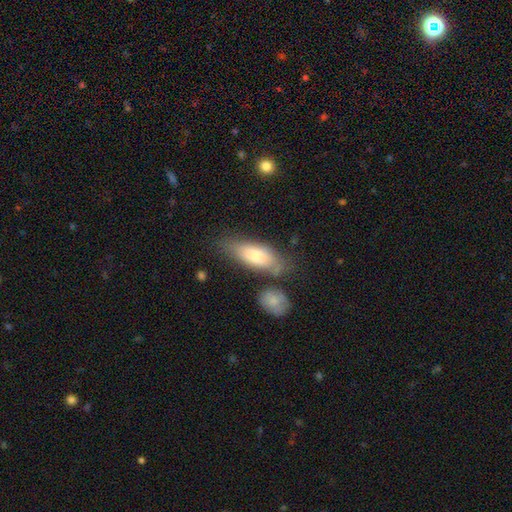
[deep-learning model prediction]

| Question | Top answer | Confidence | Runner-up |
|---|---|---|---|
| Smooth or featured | smooth | 74% | featured or disk (20%) |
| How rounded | in between | 70% | cigar-shaped (28%) |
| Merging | none | 58% | minor disturbance (22%) |